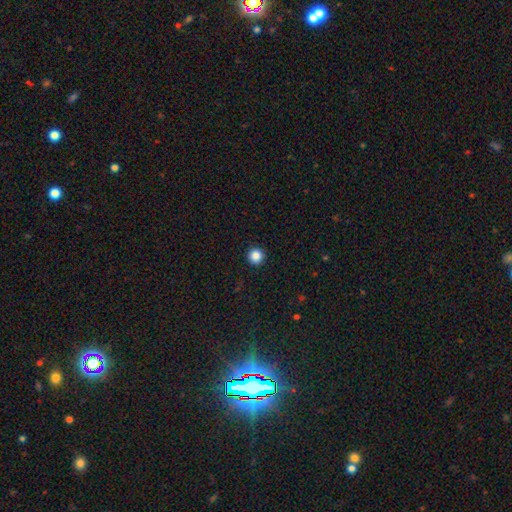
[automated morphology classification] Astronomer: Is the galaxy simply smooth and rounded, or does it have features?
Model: smooth — 86%.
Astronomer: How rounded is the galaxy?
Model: round — 96%.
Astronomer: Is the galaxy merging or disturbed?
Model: none — 93%.